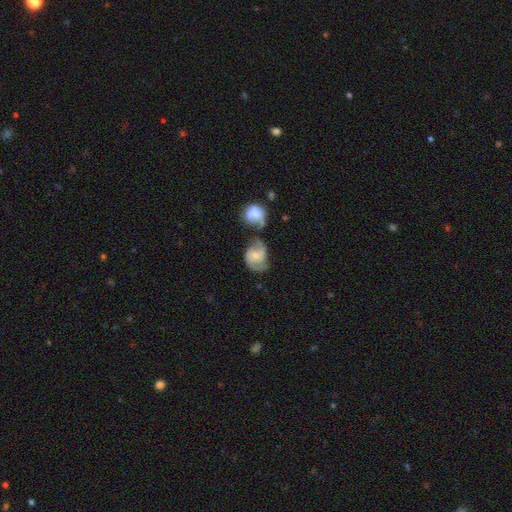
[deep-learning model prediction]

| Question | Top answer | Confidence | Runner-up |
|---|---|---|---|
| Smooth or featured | featured or disk | 69% | smooth (25%) |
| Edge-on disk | no | 97% | yes (3%) |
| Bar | no | 63% | weak (30%) |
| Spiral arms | yes | 89% | no (11%) |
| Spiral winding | medium | 47% | tight (30%) |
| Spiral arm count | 2 | 72% | can't tell (13%) |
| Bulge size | small | 52% | moderate (42%) |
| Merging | none | 38% | minor disturbance (24%) |